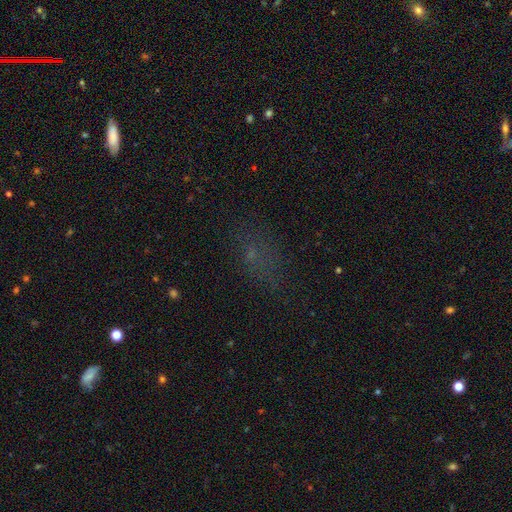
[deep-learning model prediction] The model was most divided on "smooth or featured": smooth: 46%, star or artifact: 38%, featured or disk: 16%. More confident: merging — none (66%).